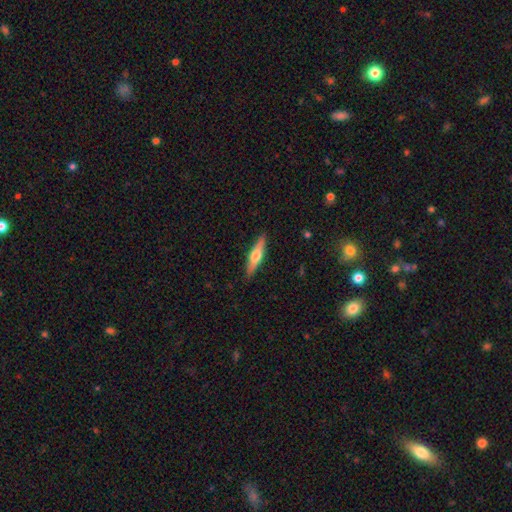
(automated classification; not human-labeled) A featured or disk galaxy (52%) viewed edge-on (94%). Merging: none (89%).